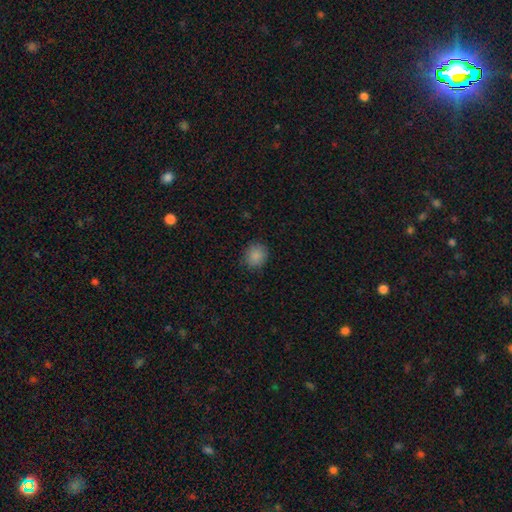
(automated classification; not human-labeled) A smooth galaxy with no disk features (87%) that is round (79%). Merging: none (87%).